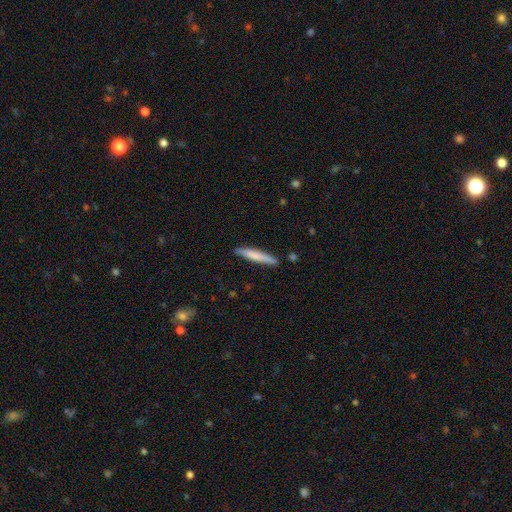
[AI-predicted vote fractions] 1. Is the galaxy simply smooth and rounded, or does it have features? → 71% smooth, 24% featured or disk, 5% star or artifact.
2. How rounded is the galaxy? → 94% cigar-shaped, 4% in between, 1% round.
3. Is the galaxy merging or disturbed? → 86% none, 10% minor disturbance, 2% merger, 2% major disturbance.